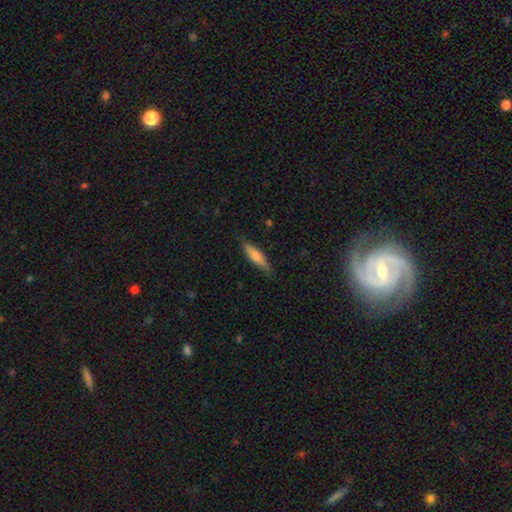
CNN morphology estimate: Overall: smooth (63%; featured or disk 31%). How rounded: cigar-shaped (74%). Merging: none (82%).